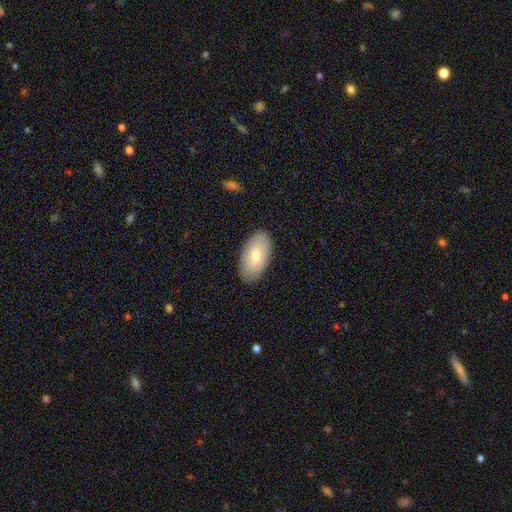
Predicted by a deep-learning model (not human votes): This appears to be a smooth galaxy with no disk features (74%) that is in between round and cigar-shaped (95%). Merging: none (87%).